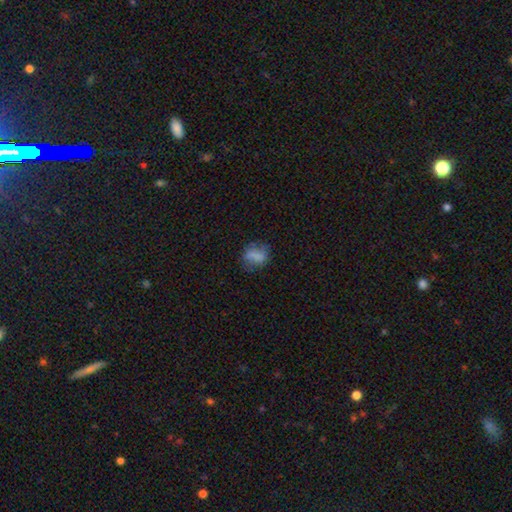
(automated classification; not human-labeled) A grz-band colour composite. It shows a smooth galaxy with no disk features (70%) that is in between round and cigar-shaped (61%). Merging: none (63%).